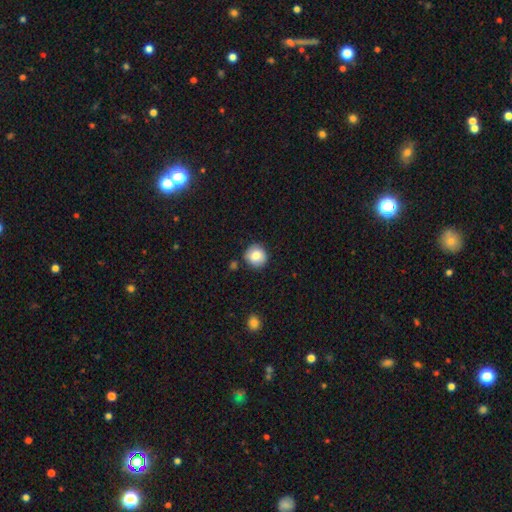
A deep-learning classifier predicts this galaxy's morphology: smooth_or_featured: smooth (p=0.81) [alt: featured or disk p=0.10]
how_rounded: round (p=0.91) [alt: in between p=0.08]
merging: none (p=0.84) [alt: minor disturbance p=0.11]